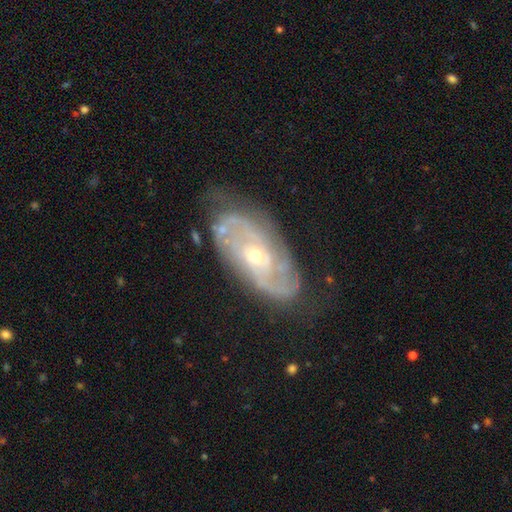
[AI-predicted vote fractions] Overall: featured or disk (84%). Edge-on disk: no (93%). Bar: no (63%; weak 29%). Spiral arms: yes (93%). Spiral arm count: 2 (41%; can't tell 28%). Spiral winding: tight (54%; medium 35%). Bulge size: small (53%; moderate 45%). Merging: none (72%).